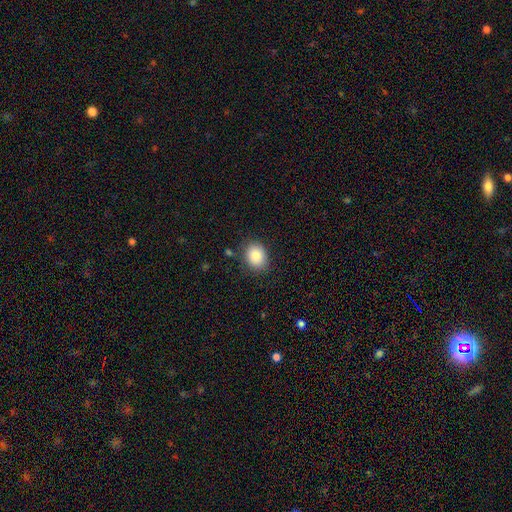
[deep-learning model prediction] The model was most divided on "how rounded": in between: 53%, round: 46%, cigar-shaped: 1%. More confident: smooth or featured — smooth (86%); merging — none (84%).